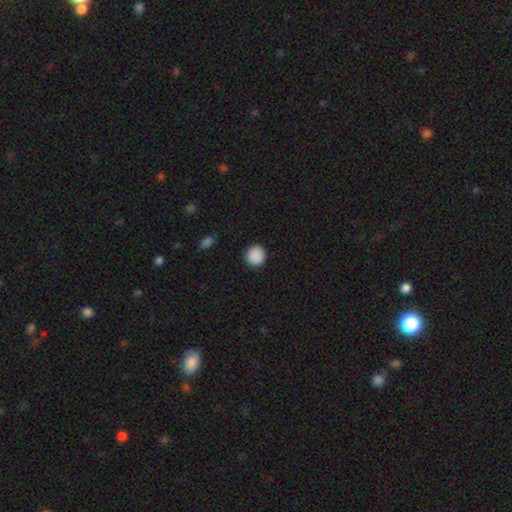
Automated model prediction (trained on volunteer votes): Morphology: type=smooth (90%); roundness=round (92%); merging=none (92%).